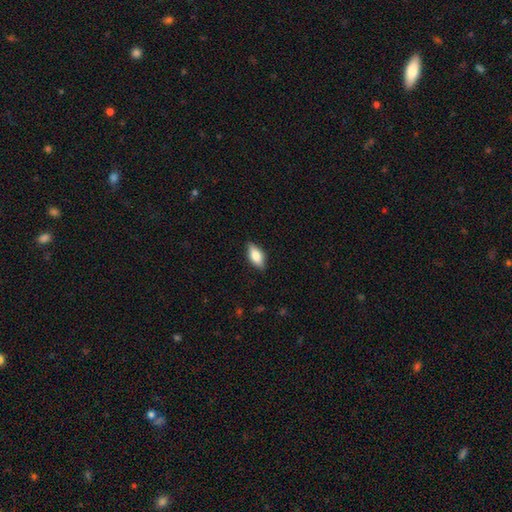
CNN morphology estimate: Smooth or featured? Predicted: smooth (p=0.65). How rounded? Predicted: in between (p=0.79). Merging? Predicted: none (p=0.85).